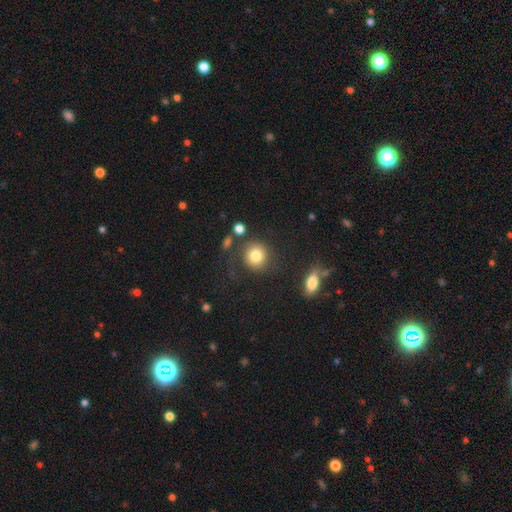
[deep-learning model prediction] Smooth or featured: smooth — 81% (featured or disk — 10%)
How rounded: round — 87% (in between — 12%)
Merging: none — 73% (minor disturbance — 13%)